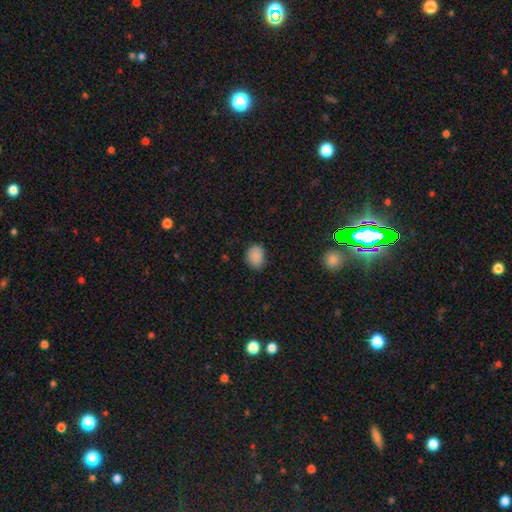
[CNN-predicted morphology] A smooth galaxy with no disk features (87%) that is in between round and cigar-shaped (52%). Merging: none (81%).